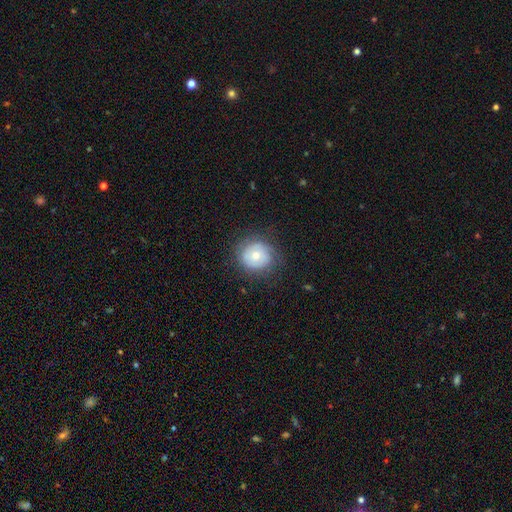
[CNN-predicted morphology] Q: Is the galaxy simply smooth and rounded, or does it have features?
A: smooth — 57%.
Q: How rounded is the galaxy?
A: round — 86%.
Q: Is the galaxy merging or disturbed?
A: none — 75%.